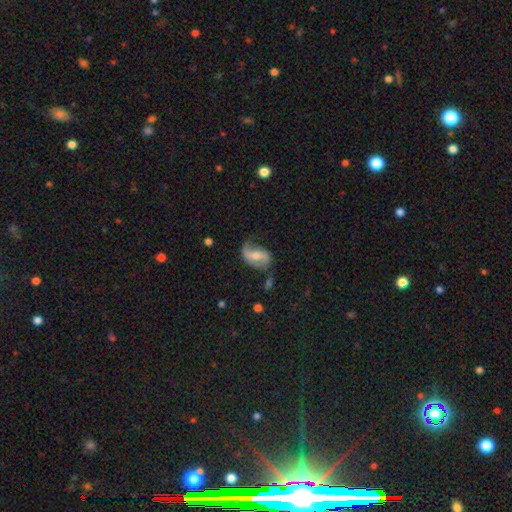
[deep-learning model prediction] This is likely a featured or disk galaxy (71%). It is clearly not viewed edge-on (96%). Bar: marginally weak (41%). Spiral arm pattern: clearly yes (88%). Spiral arm count: clearly 2 (82%). Spiral winding: likely loose (65%). Central bulge: possibly moderate (49%). Merging: possibly none (54%).